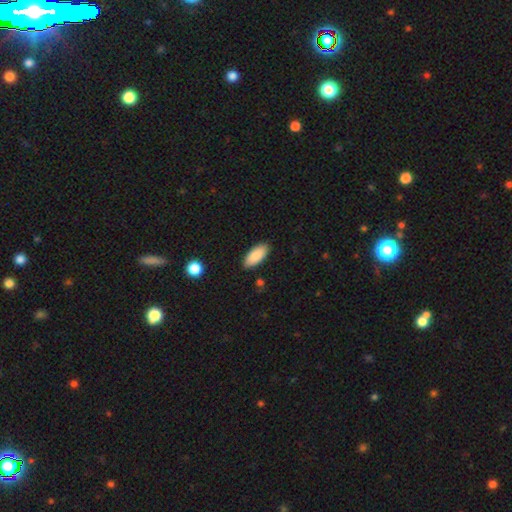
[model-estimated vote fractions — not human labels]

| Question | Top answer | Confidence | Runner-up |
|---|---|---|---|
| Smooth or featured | smooth | 88% | star or artifact (6%) |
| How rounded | in between | 88% | cigar-shaped (10%) |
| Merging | none | 87% | minor disturbance (9%) |